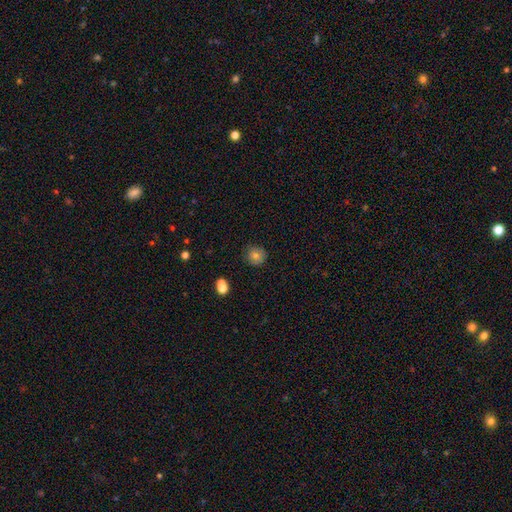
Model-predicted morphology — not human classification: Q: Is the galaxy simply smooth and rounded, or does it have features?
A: smooth — 79%.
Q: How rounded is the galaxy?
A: round — 91%.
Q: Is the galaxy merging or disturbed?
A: none — 85%.